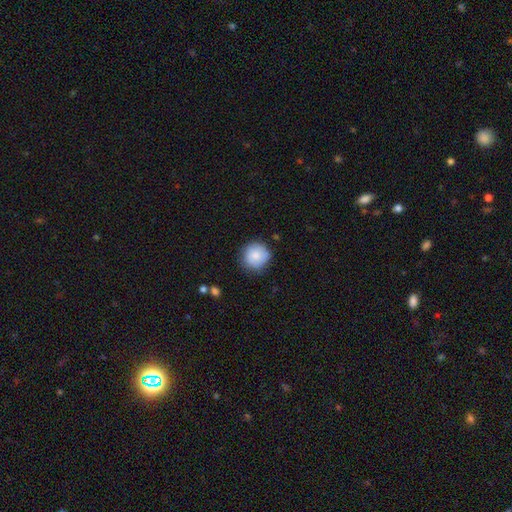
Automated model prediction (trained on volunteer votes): Smooth or featured? smooth (82%)
How rounded? round (93%)
Merging? none (80%)